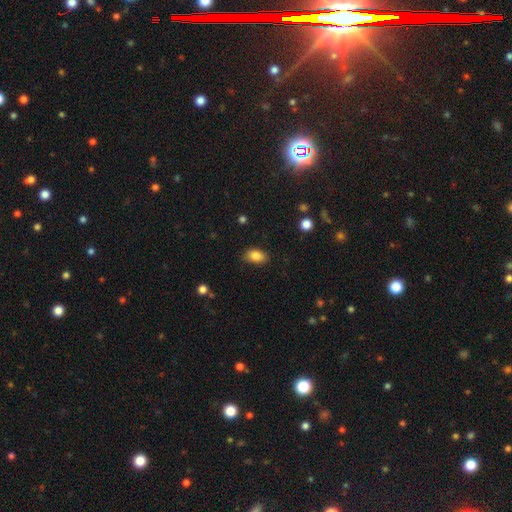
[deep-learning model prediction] Q: Smooth or featured?
A: smooth (86%); runner-up: star or artifact (8%)
Q: How rounded?
A: in between (88%); runner-up: round (10%)
Q: Merging?
A: none (81%); runner-up: minor disturbance (15%)